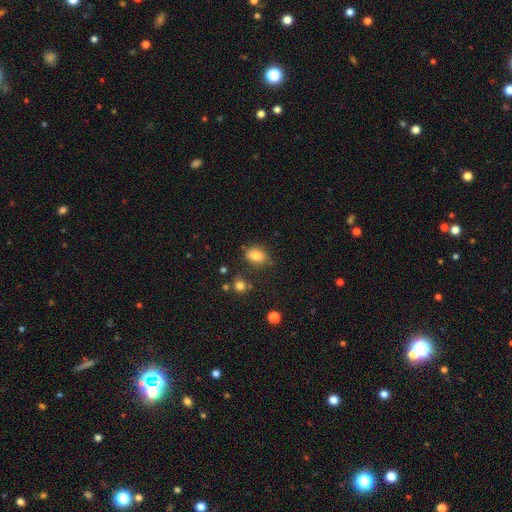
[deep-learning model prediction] Smooth or featured? Predicted: smooth (p=0.81). How rounded? Predicted: in between (p=0.73). Merging? Predicted: none (p=0.69).